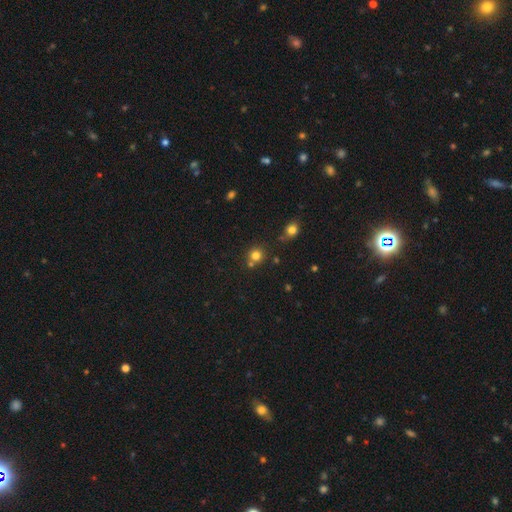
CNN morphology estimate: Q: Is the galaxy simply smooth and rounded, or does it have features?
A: smooth — 78%.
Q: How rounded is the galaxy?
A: round — 90%.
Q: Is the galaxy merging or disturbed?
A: none — 70%.